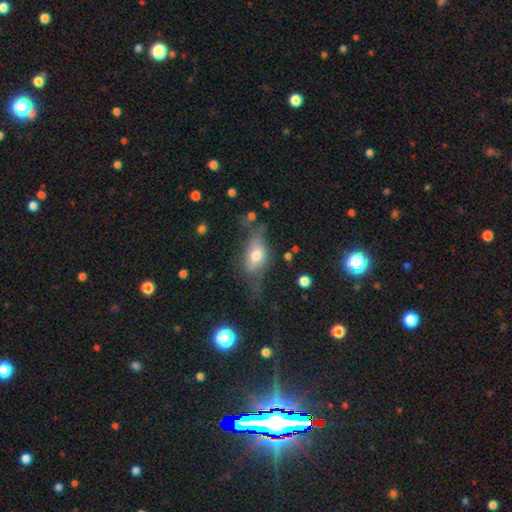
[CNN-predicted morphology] type=smooth (56%); roundness=in between (79%); merging=none (43%).